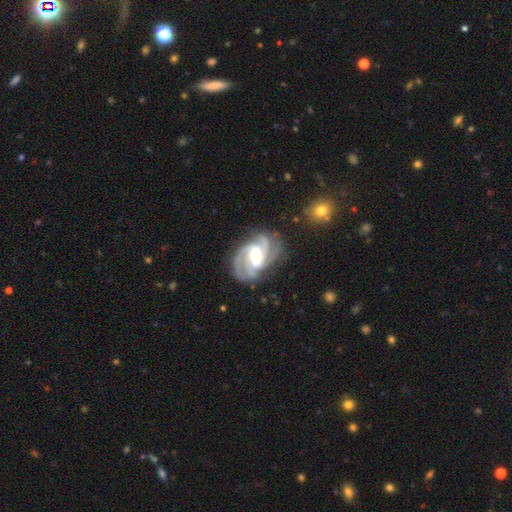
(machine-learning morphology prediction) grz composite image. It shows a featured or disk galaxy (92%) with a weak bar (44%), 3 (56%) tight (52%) spiral arms (99%) and a moderate central bulge (61%). Merging: none (76%).